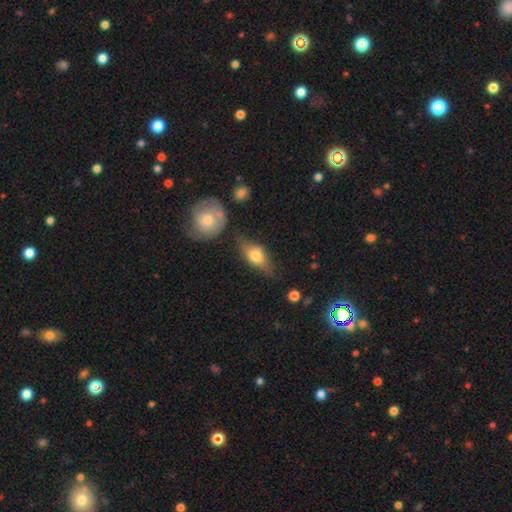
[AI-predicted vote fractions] This appears to be a smooth galaxy with no disk features (63%) that is in between round and cigar-shaped (76%). Merging: none (63%).